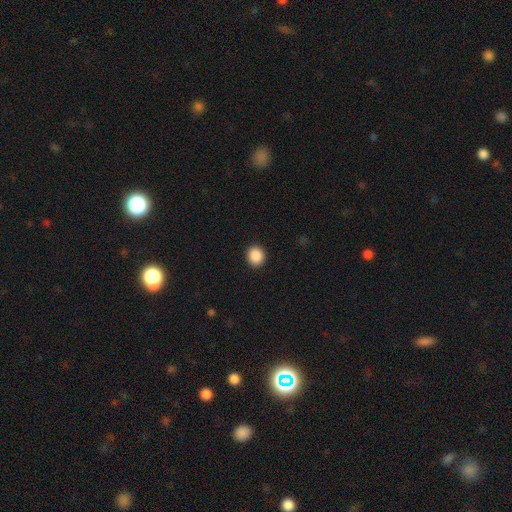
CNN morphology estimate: This appears to be a smooth galaxy with no disk features (89%) that is round (80%). Merging: none (92%).